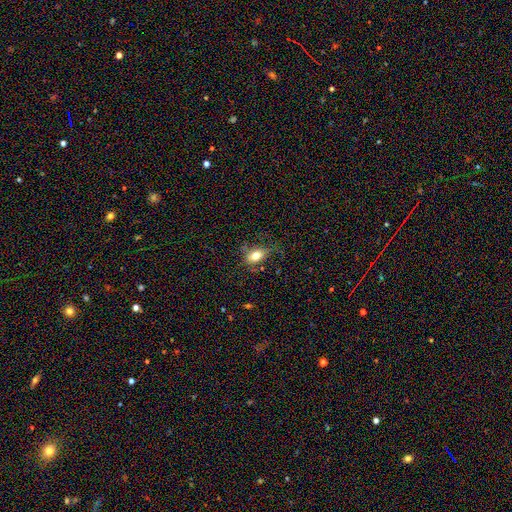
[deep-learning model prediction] A smooth galaxy with no disk features (73%) that is in between round and cigar-shaped (80%).

Vote fractions:
- Smooth or featured? smooth: 73% / featured or disk: 16% / star or artifact: 10%
- How rounded? in between: 80% / round: 16% / cigar-shaped: 4%
- Merging? none: 59% / minor disturbance: 24% / major disturbance: 14% / merger: 3%